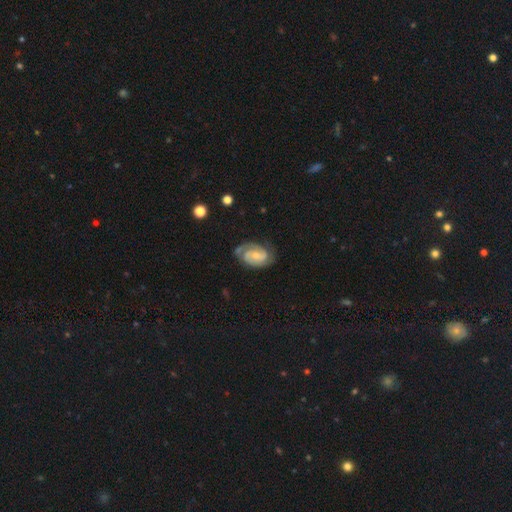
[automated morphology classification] smooth-or-featured: featured or disk: 84% | smooth: 11% | star or artifact: 5%
  disk-edge-on: no: 97% | yes: 3%
    bar: no: 53% | weak: 38% | strong: 9%
    has-spiral-arms: yes: 96% | no: 4%
      spiral-winding: tight: 55% | medium: 37% | loose: 8%
      spiral-arm-count: 2: 80% | can't tell: 8% | 1: 5% | 3: 4% | 4: 1% | more than 4: 1%
    bulge-size: small: 61% | moderate: 30% | none: 5% | large: 2% | dominant: 1%
  merging: none: 72% | minor disturbance: 19% | major disturbance: 7% | merger: 2%